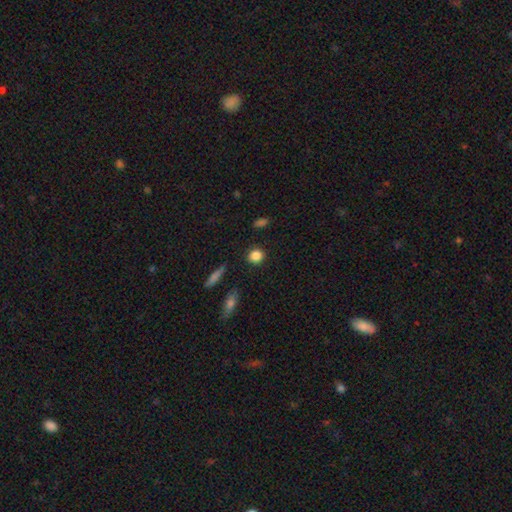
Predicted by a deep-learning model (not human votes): Smooth or featured? smooth (85%)
How rounded? round (82%)
Merging? none (89%)